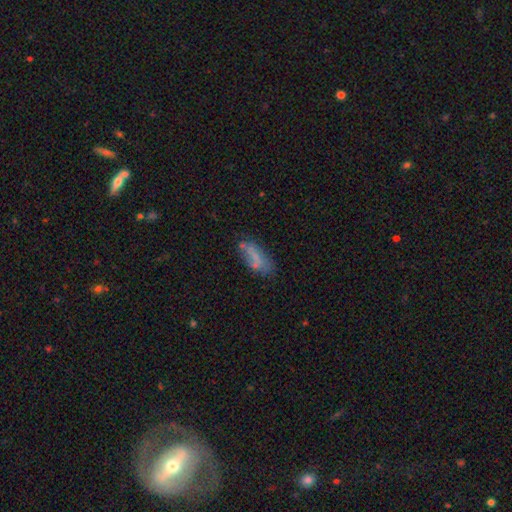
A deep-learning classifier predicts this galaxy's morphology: smooth 62%, featured or disk 27%, star or artifact 11%. Down the decision tree: how rounded — in between (72%); merging — none (52%).